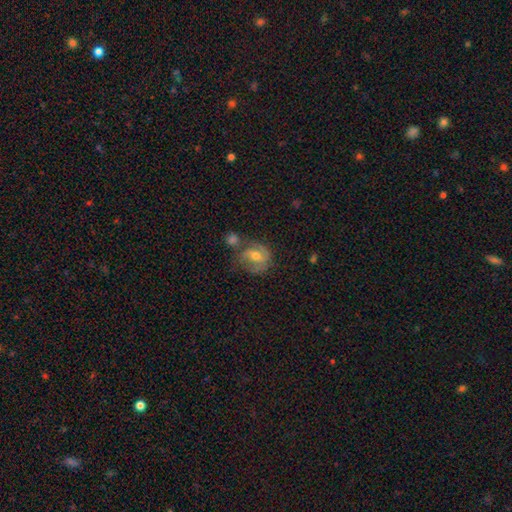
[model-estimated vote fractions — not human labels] Morphology: type=featured or disk (53%); edge-on=no (96%); bar=no (44%); spiral arms=yes (71%); bulge=moderate (70%); merging=none (44%).